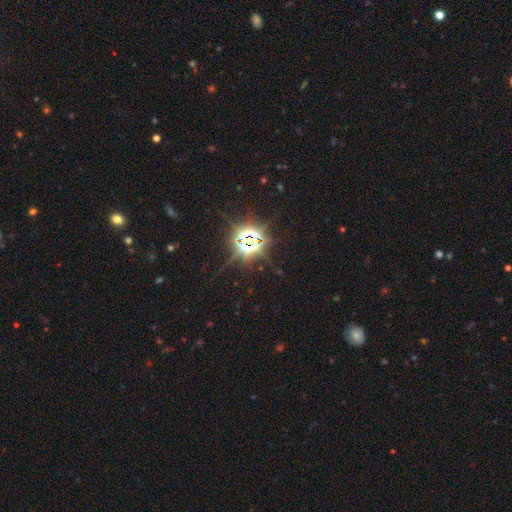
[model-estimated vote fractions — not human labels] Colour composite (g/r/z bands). It shows a star or artifact, not a galaxy (82%).